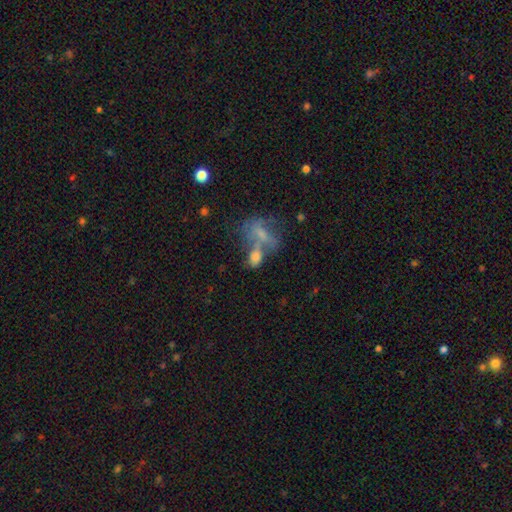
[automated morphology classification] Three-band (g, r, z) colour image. It shows a smooth galaxy with no disk features (52%) that is in between round and cigar-shaped (75%). Merging: merger (48%).